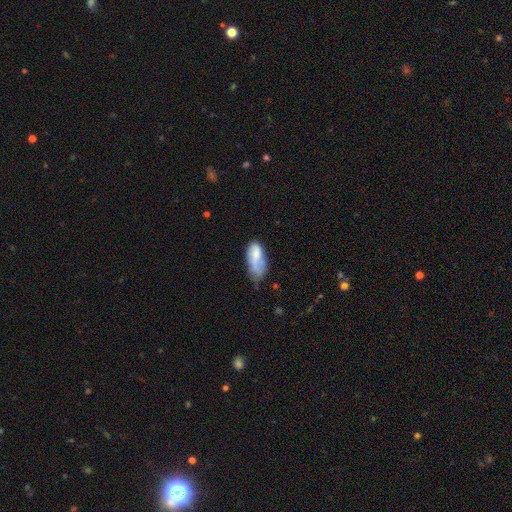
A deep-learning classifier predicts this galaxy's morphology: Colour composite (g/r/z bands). It shows a smooth galaxy with no disk features (67%) that is in between round and cigar-shaped (88%). Merging: minor disturbance (37%).